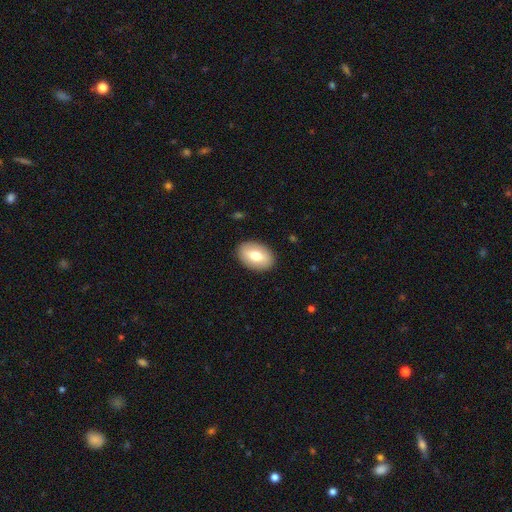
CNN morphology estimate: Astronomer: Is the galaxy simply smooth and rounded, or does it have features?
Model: smooth — 71%.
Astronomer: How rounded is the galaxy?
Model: in between — 87%.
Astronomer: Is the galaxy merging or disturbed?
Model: none — 89%.